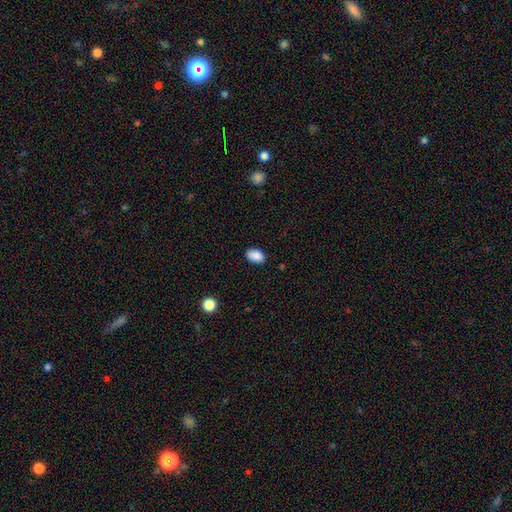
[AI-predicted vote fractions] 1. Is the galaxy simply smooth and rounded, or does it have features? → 89% smooth, 8% star or artifact, 4% featured or disk.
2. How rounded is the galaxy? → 89% in between, 10% round, 1% cigar-shaped.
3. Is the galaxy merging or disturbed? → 86% none, 11% minor disturbance, 2% major disturbance, 1% merger.